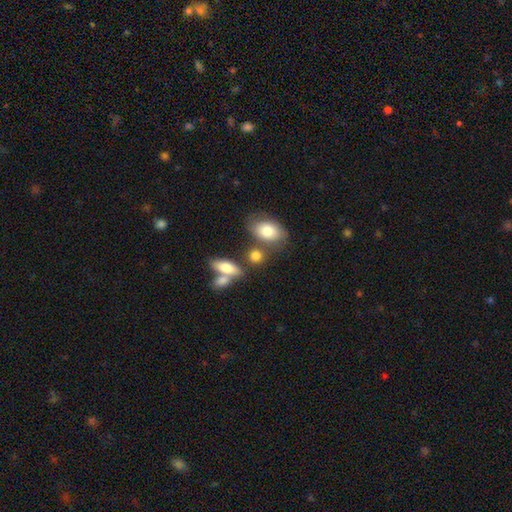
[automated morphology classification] Overall: smooth (78%). How rounded: in between (62%; round 31%). Merging: none (53%; merger 27%).